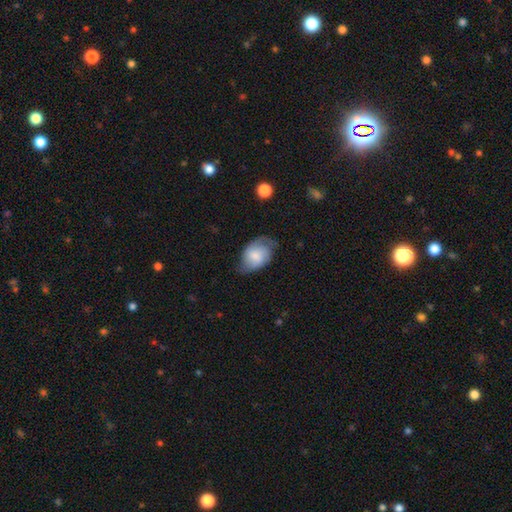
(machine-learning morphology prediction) smooth-or-featured: smooth: 60% | featured or disk: 33% | star or artifact: 7%
  how-rounded: in between: 84% | round: 15% | cigar-shaped: 1%
  merging: none: 53% | minor disturbance: 34% | major disturbance: 11% | merger: 1%